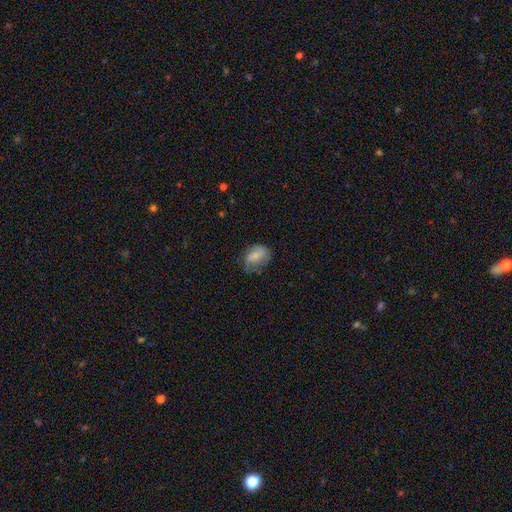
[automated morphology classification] The model was most divided on "smooth or featured": smooth: 54%, featured or disk: 38%, star or artifact: 8%. More confident: how rounded — in between (70%); merging — none (51%).